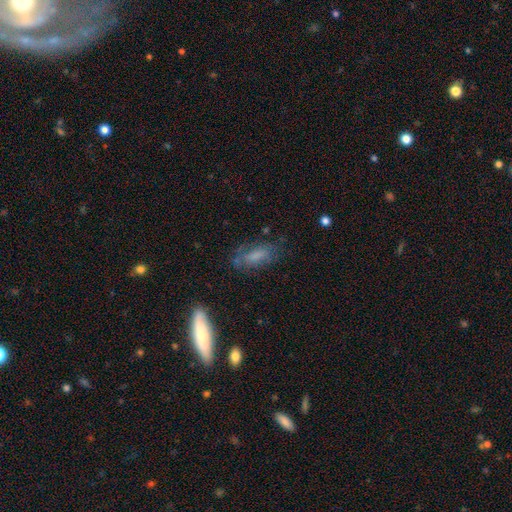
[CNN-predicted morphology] smooth-or-featured: smooth: 59% | featured or disk: 29% | star or artifact: 11%
  how-rounded: in between: 62% | cigar-shaped: 34% | round: 3%
  merging: none: 61% | minor disturbance: 23% | major disturbance: 12% | merger: 4%